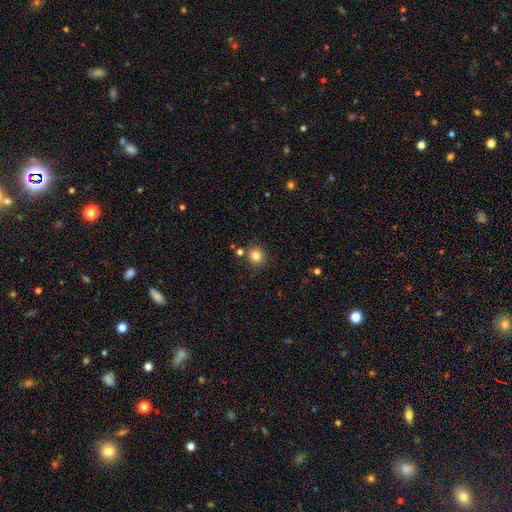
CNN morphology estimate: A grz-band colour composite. It shows a smooth galaxy with no disk features (83%) that is round (93%). Merging: none (81%).